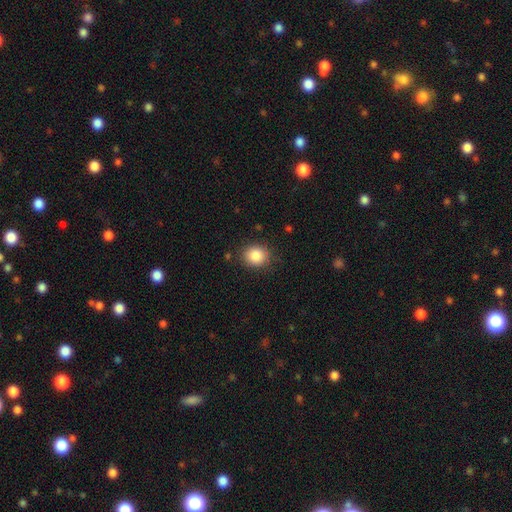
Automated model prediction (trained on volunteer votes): Overall: smooth (85%). How rounded: round (73%). Merging: none (84%).